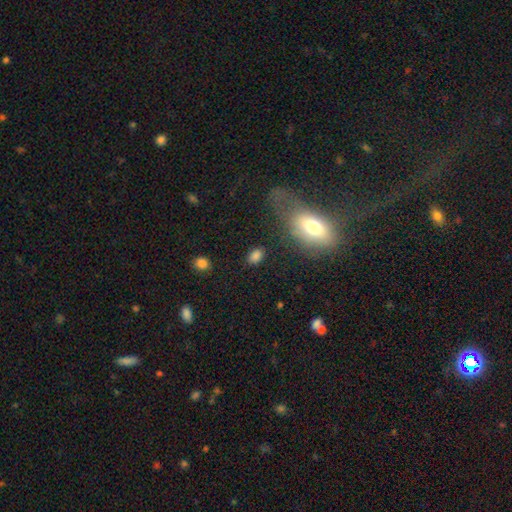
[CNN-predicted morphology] Q: Smooth or featured?
A: smooth (82%); runner-up: star or artifact (12%)
Q: How rounded?
A: in between (82%); runner-up: round (15%)
Q: Merging?
A: none (81%); runner-up: minor disturbance (11%)